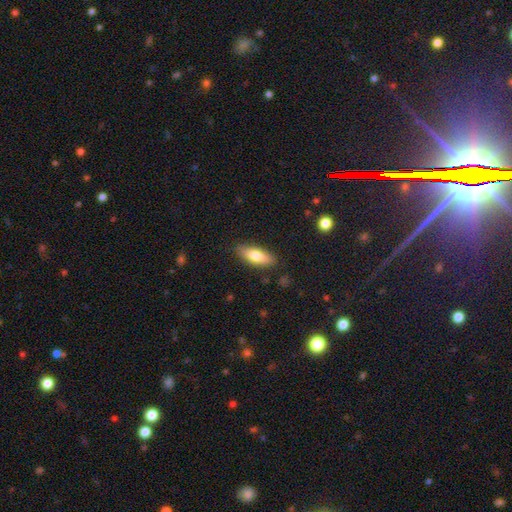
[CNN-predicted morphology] Smooth or featured?
  - smooth: 75% *
  - featured or disk: 19%
  - star or artifact: 6%
How rounded?
  - in between: 68% *
  - cigar-shaped: 29%
  - round: 2%
Merging?
  - none: 85% *
  - minor disturbance: 11%
  - major disturbance: 2%
  - merger: 1%